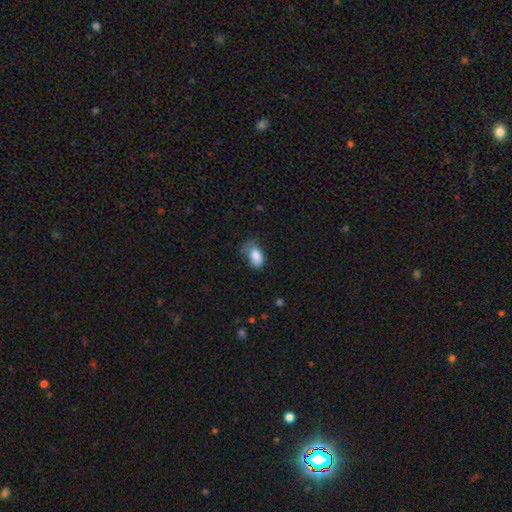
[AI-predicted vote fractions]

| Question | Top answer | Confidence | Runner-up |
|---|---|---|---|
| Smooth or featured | smooth | 83% | featured or disk (9%) |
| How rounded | in between | 90% | round (8%) |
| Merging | none | 40% | minor disturbance (39%) |